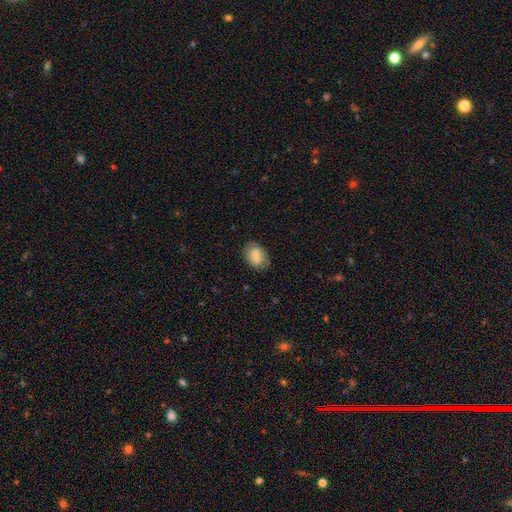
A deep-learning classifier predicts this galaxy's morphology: This is clearly a smooth galaxy (80%). How rounded: clearly in between (84%). Merging: likely none (77%).